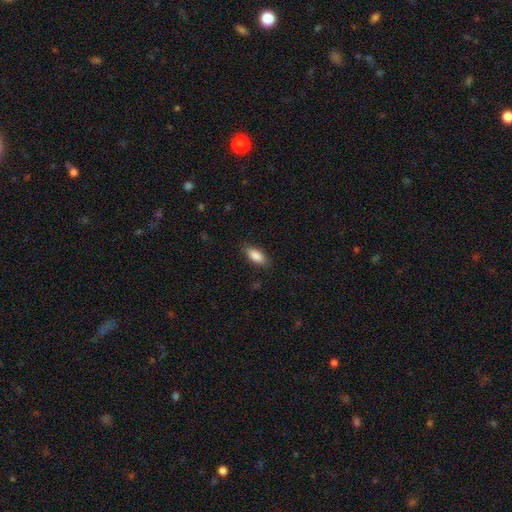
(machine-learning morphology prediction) A smooth galaxy with no disk features (87%) that is in between round and cigar-shaped (84%).

Vote fractions:
- Smooth or featured? smooth: 87% / star or artifact: 7% / featured or disk: 6%
- How rounded? in between: 84% / cigar-shaped: 14% / round: 2%
- Merging? none: 83% / minor disturbance: 13% / major disturbance: 3% / merger: 1%